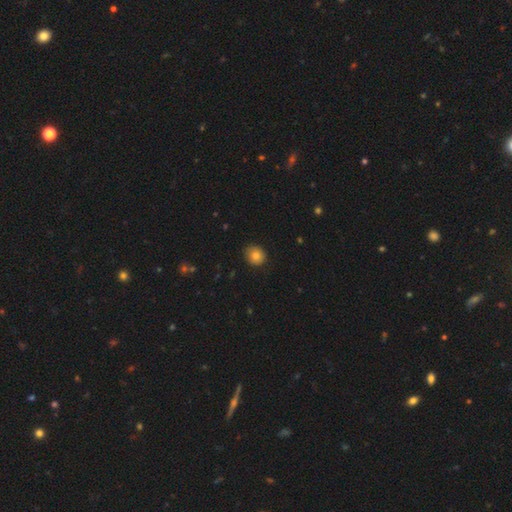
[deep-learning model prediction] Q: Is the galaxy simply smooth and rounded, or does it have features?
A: smooth — 81%.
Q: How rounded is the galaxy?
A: round — 80%.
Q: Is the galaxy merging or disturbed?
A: none — 83%.